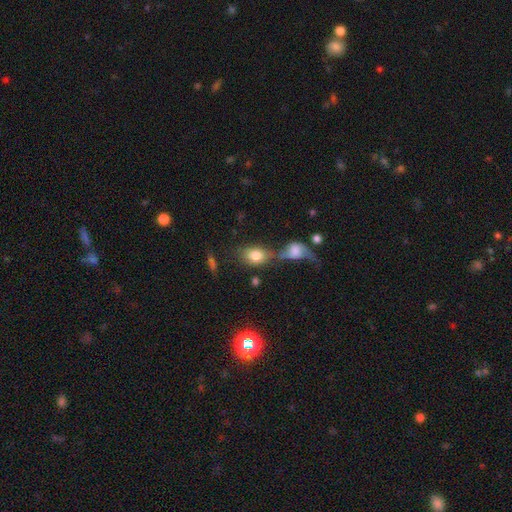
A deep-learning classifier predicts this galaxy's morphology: The model was most divided on "merging": merger: 50%, none: 30%, minor disturbance: 11%, major disturbance: 10%. More confident: smooth or featured — smooth (78%); how rounded — in between (70%).